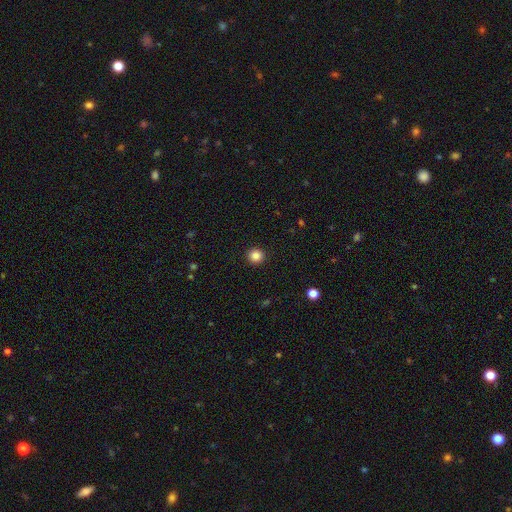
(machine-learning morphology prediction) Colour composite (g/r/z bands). It shows a smooth galaxy with no disk features (86%) that is round (93%). Merging: none (93%).